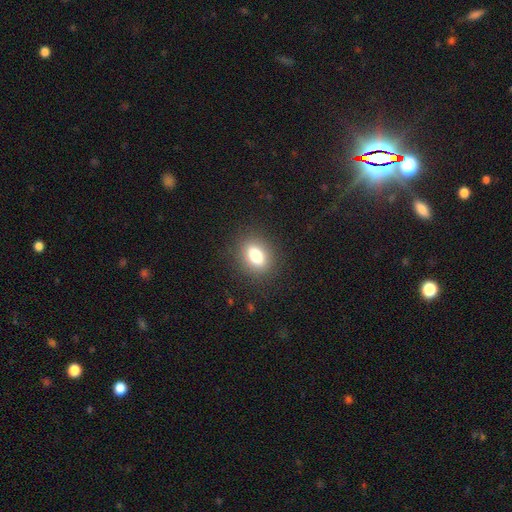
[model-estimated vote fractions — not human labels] smooth-or-featured: smooth: 78% | featured or disk: 11% | star or artifact: 10%
  how-rounded: in between: 71% | round: 26% | cigar-shaped: 3%
  merging: none: 87% | minor disturbance: 8% | major disturbance: 3% | merger: 1%